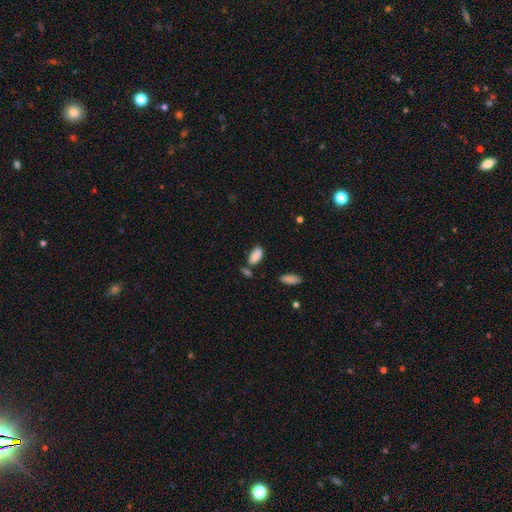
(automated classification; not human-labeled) Overall: smooth (86%). How rounded: in between (92%). Merging: none (60%).